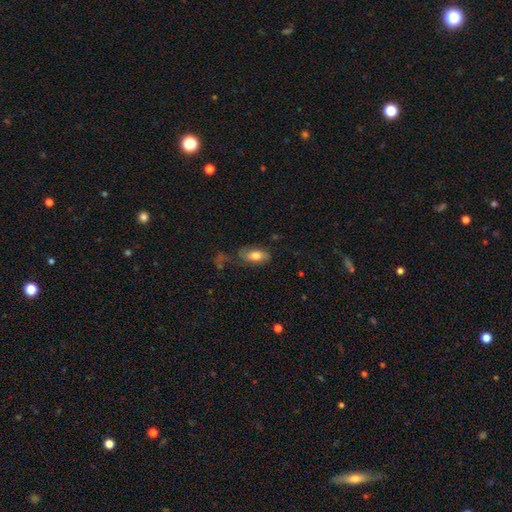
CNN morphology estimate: smooth-or-featured: smooth: 70% | featured or disk: 23% | star or artifact: 7%
  how-rounded: in between: 88% | cigar-shaped: 8% | round: 4%
  merging: none: 49% | minor disturbance: 25% | major disturbance: 21% | merger: 5%